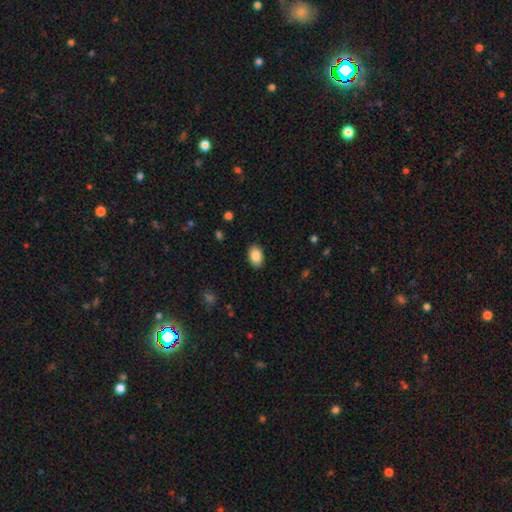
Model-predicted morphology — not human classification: Smooth or featured? Predicted: smooth (p=0.88). How rounded? Predicted: in between (p=0.89). Merging? Predicted: none (p=0.89).